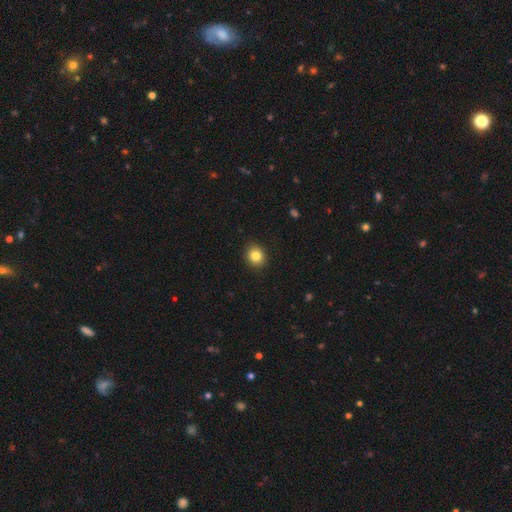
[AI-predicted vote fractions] Smooth or featured? smooth (83%)
How rounded? round (70%)
Merging? none (91%)